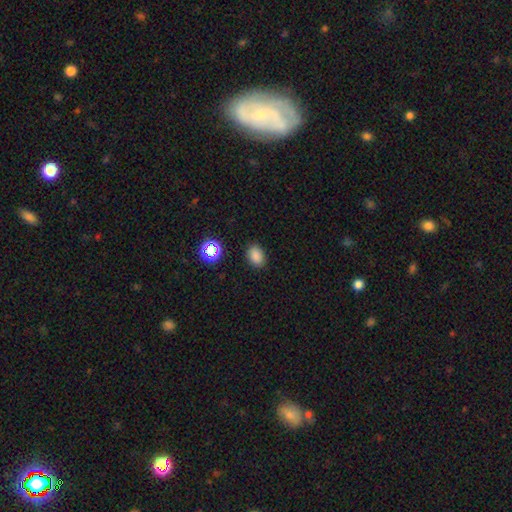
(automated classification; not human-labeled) Smooth or featured: smooth — 82% (star or artifact — 14%)
How rounded: in between — 79% (round — 20%)
Merging: none — 86% (minor disturbance — 9%)